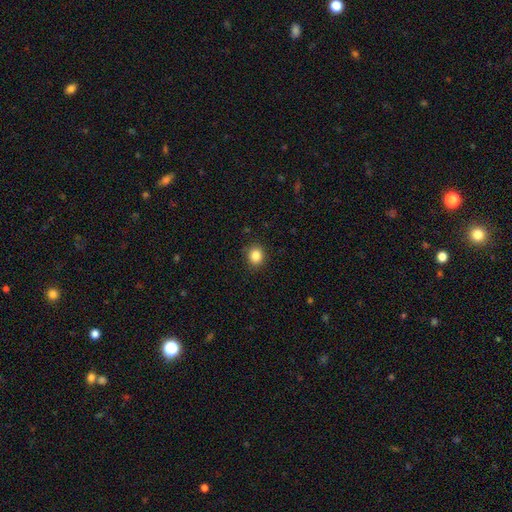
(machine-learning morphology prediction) The model was most divided on "how rounded": round: 81%, in between: 18%, cigar-shaped: 1%. More confident: merging — none (88%); smooth or featured — smooth (84%).